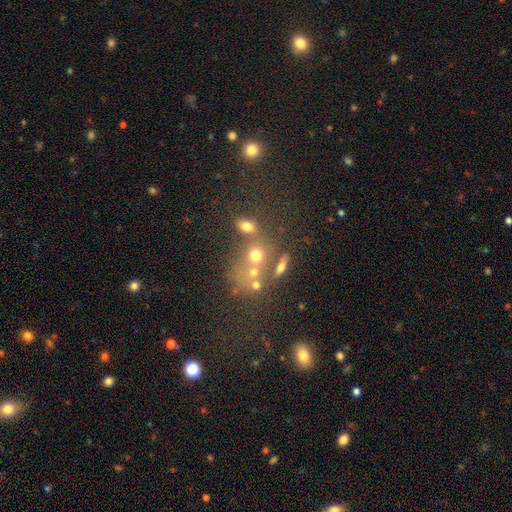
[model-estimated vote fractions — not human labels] Morphology: type=smooth (62%); roundness=round (61%); merging=merger (41%).